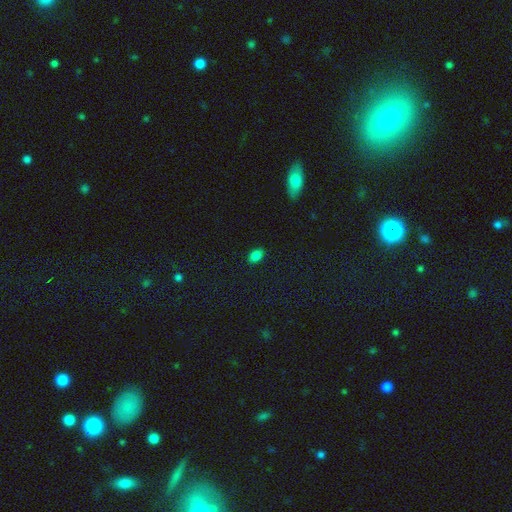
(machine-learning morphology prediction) Overall: smooth (83%). How rounded: in between (85%). Merging: none (87%).